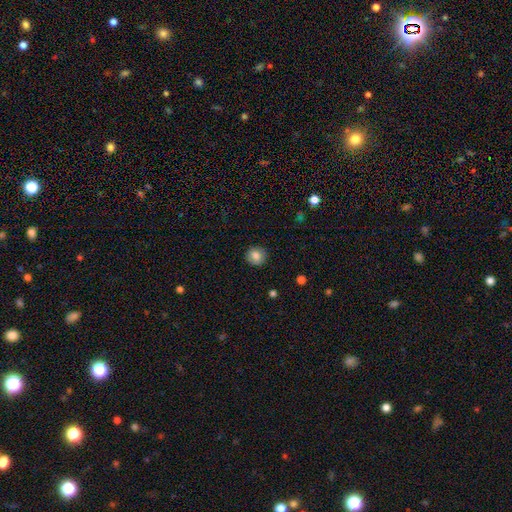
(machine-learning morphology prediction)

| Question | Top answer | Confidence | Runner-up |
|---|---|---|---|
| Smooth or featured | smooth | 83% | star or artifact (9%) |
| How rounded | round | 91% | in between (8%) |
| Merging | none | 90% | minor disturbance (7%) |